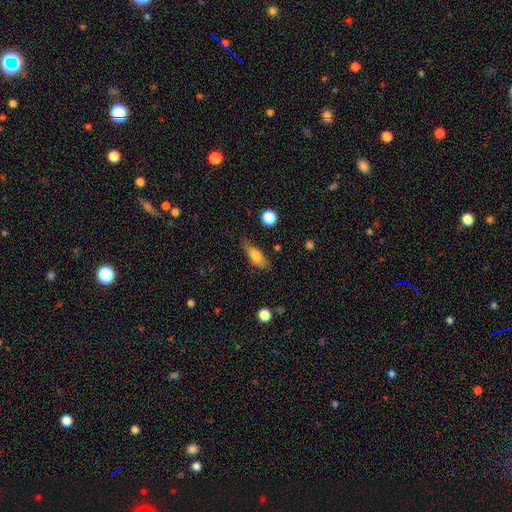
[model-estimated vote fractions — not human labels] smooth_or_featured: smooth (p=0.74) [alt: featured or disk p=0.19]
how_rounded: in between (p=0.68) [alt: cigar-shaped p=0.28]
merging: none (p=0.65) [alt: minor disturbance p=0.27]